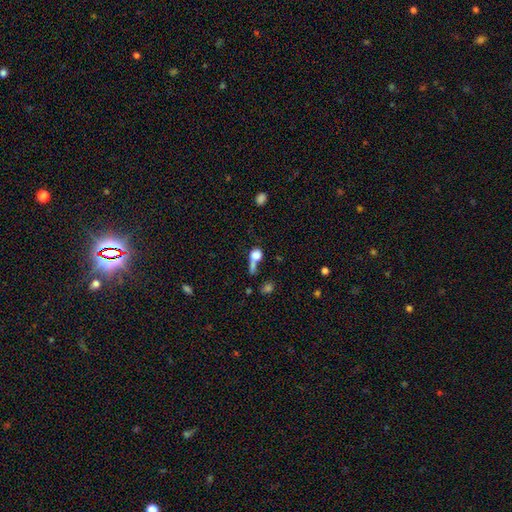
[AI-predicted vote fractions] A smooth galaxy with no disk features (76%) that is round (70%).

Vote fractions:
- Smooth or featured? smooth: 76% / star or artifact: 12% / featured or disk: 12%
- How rounded? round: 70% / in between: 26% / cigar-shaped: 5%
- Merging? merger: 43% / none: 32% / major disturbance: 14% / minor disturbance: 11%